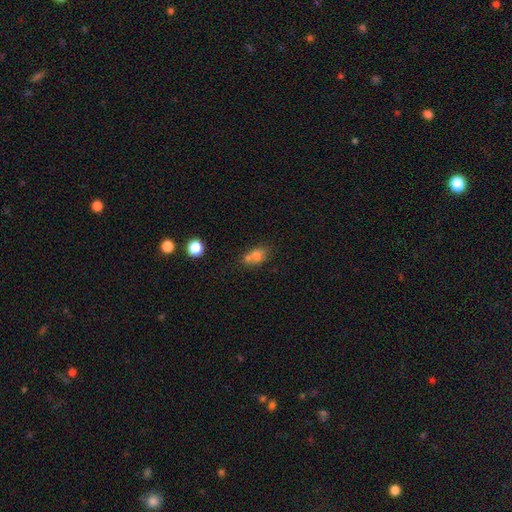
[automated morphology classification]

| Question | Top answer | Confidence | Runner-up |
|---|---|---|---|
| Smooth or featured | smooth | 72% | featured or disk (14%) |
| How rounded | in between | 64% | round (33%) |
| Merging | none | 45% | merger (34%) |